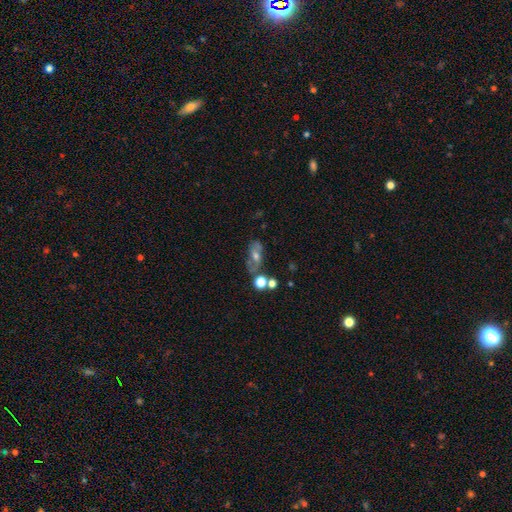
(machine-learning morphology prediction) Smooth or featured? featured or disk (46%)
Merging? none (54%)